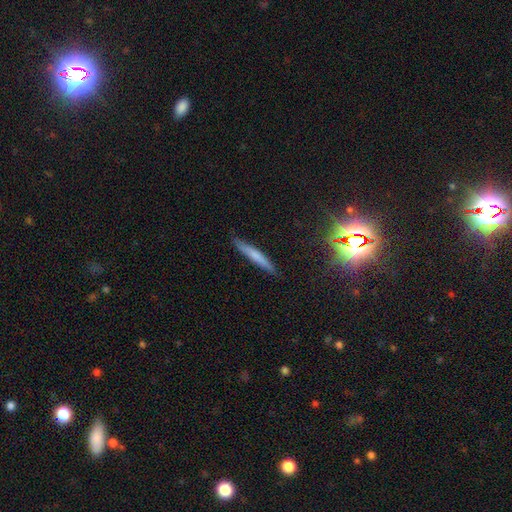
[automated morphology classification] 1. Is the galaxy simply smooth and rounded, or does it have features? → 61% smooth, 30% featured or disk, 9% star or artifact.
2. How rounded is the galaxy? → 94% cigar-shaped, 4% in between, 2% round.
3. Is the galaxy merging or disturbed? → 86% none, 11% minor disturbance, 2% major disturbance, 1% merger.